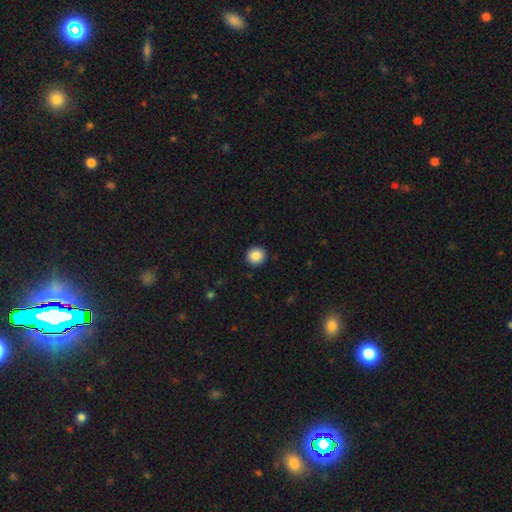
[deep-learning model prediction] This appears to be a smooth galaxy with no disk features (87%) that is round (92%). Merging: none (93%).